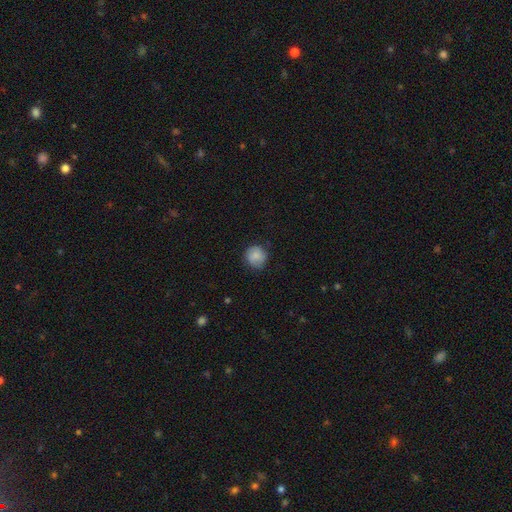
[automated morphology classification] Smooth or featured?
  - smooth: 82% *
  - featured or disk: 11%
  - star or artifact: 8%
How rounded?
  - round: 90% *
  - in between: 10%
  - cigar-shaped: 1%
Merging?
  - none: 78% *
  - minor disturbance: 17%
  - major disturbance: 4%
  - merger: 1%